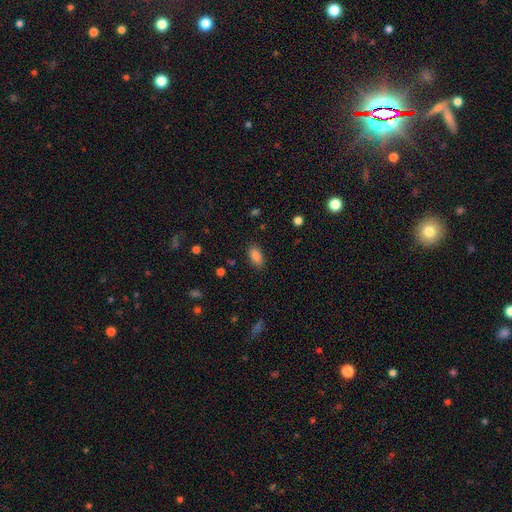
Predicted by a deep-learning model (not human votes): Smooth or featured? Predicted: smooth (p=0.86). How rounded? Predicted: in between (p=0.90). Merging? Predicted: none (p=0.86).